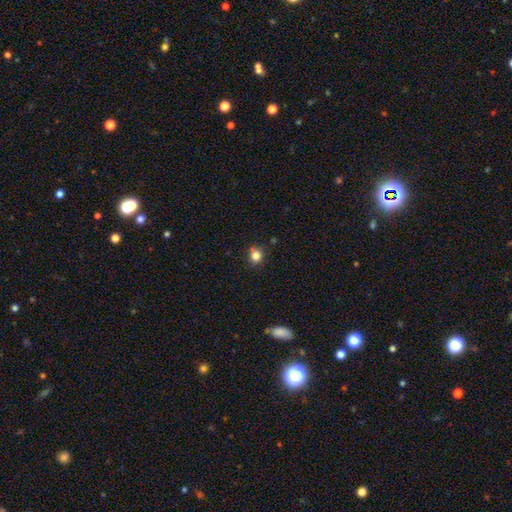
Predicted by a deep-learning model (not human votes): Morphology: type=smooth (82%); roundness=round (84%); merging=none (82%).